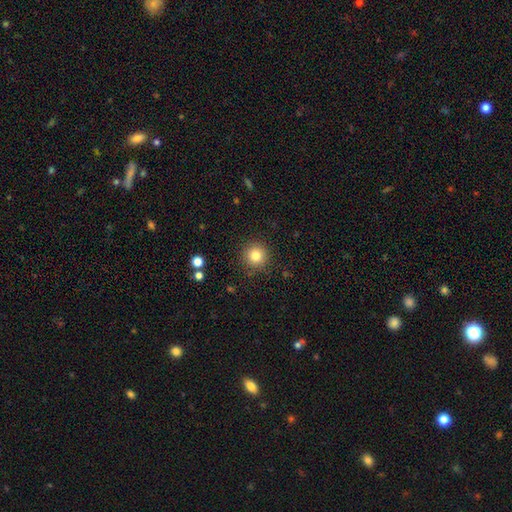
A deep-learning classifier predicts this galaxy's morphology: The model was most divided on "smooth or featured": smooth: 81%, star or artifact: 11%, featured or disk: 7%. More confident: how rounded — round (95%); merging — none (90%).